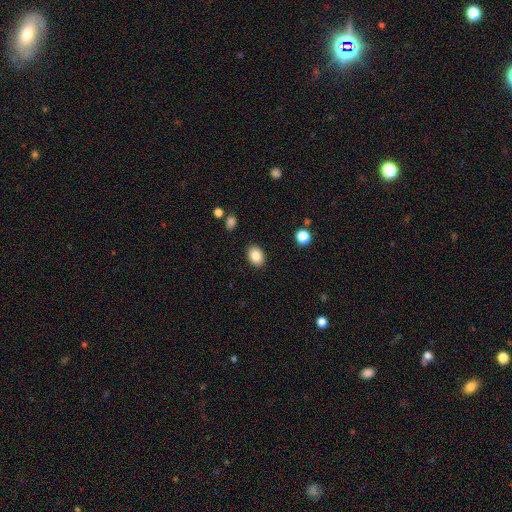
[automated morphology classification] smooth-or-featured: smooth: 86% | star or artifact: 8% | featured or disk: 6%
  how-rounded: in between: 73% | round: 26% | cigar-shaped: 1%
  merging: none: 89% | minor disturbance: 8% | major disturbance: 2% | merger: 1%